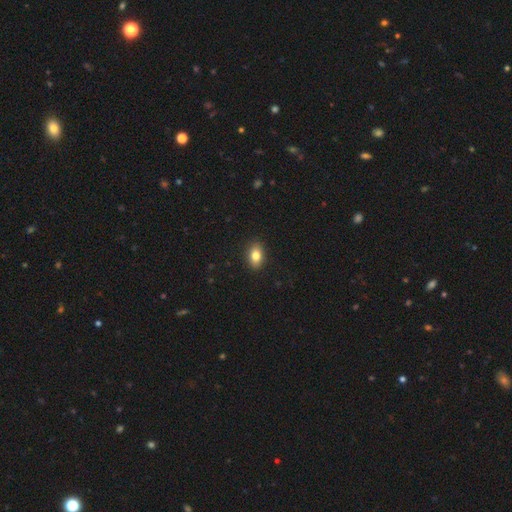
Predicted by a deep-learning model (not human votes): Smooth or featured? Predicted: smooth (p=0.82). How rounded? Predicted: in between (p=0.83). Merging? Predicted: none (p=0.90).